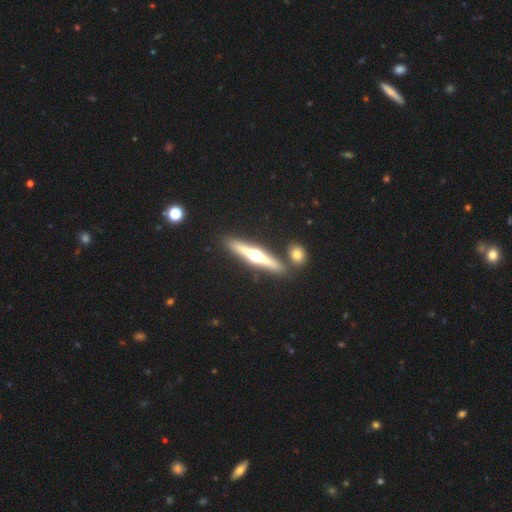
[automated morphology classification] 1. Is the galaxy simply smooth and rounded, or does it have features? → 69% featured or disk, 25% smooth, 5% star or artifact.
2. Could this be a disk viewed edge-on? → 96% yes, 4% no.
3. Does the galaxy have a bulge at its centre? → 95% rounded, 3% none, 3% boxy.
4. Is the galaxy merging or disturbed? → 83% none, 8% merger, 7% minor disturbance, 2% major disturbance.